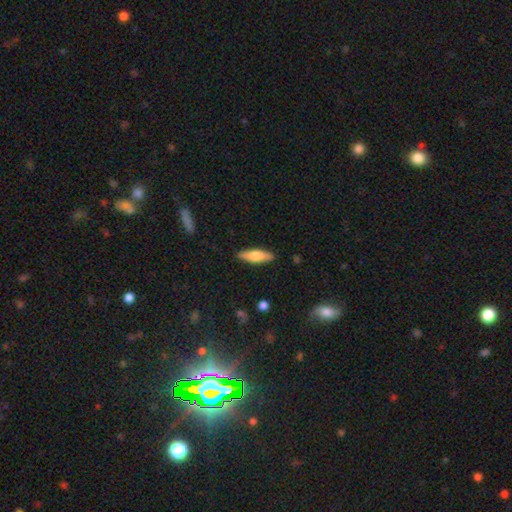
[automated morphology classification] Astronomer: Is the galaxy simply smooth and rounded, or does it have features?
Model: smooth — 61%.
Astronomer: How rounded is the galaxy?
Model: cigar-shaped — 60% (runner-up: in between, 38%).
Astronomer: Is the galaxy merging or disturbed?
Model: none — 89%.